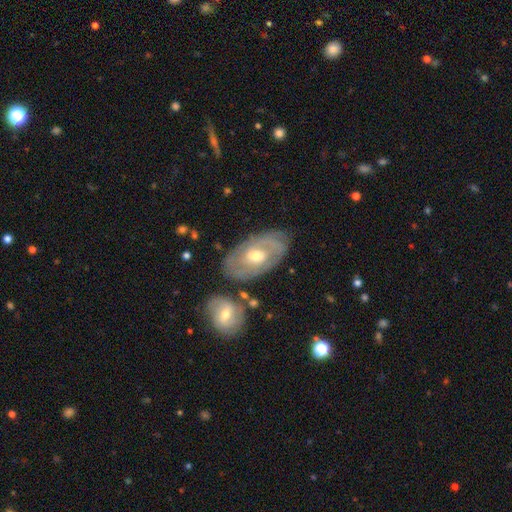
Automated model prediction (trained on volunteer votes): Q: Smooth or featured?
A: featured or disk (71%); runner-up: smooth (23%)
Q: Edge-on disk?
A: no (92%); runner-up: yes (8%)
Q: Bar?
A: no (60%); runner-up: weak (31%)
Q: Spiral arms?
A: yes (68%); runner-up: no (32%)
Q: Bulge size?
A: moderate (71%); runner-up: small (21%)
Q: Merging?
A: none (72%); runner-up: minor disturbance (17%)